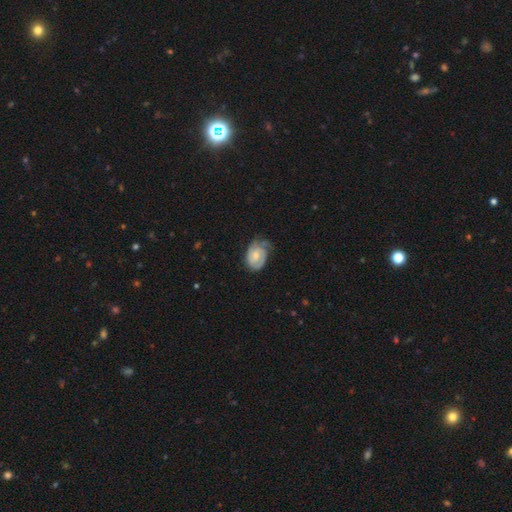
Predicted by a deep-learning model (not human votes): featured or disk 67%, smooth 27%, star or artifact 6%. Down the decision tree: edge-on disk — no (97%); bar — no (63%); spiral arms — yes (90%); spiral arm count — 2 (50%); spiral winding — tight (60%); bulge size — moderate (45%); merging — none (53%).